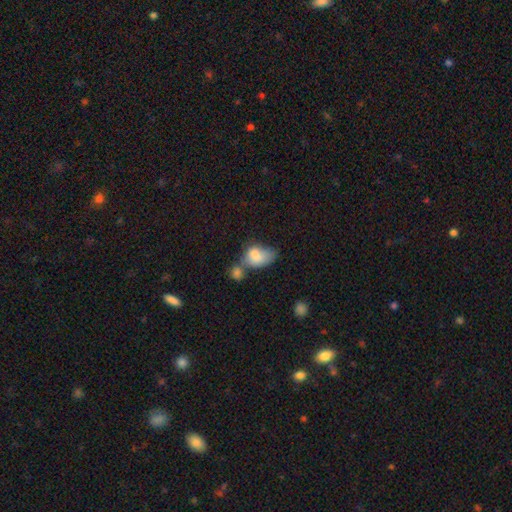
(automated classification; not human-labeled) Smooth or featured? smooth (76%)
How rounded? in between (83%)
Merging? merger (50%)